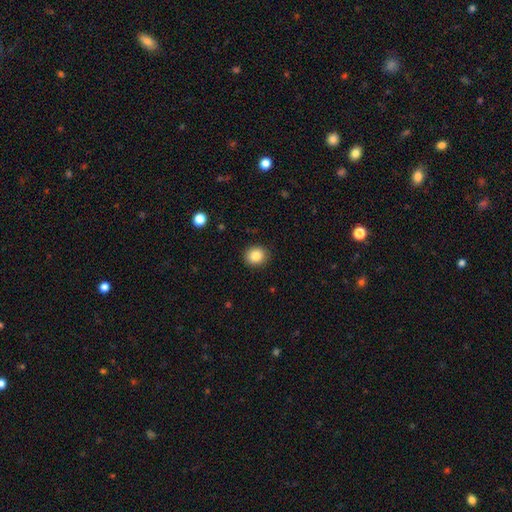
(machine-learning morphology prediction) Overall: smooth (86%). How rounded: round (78%). Merging: none (90%).